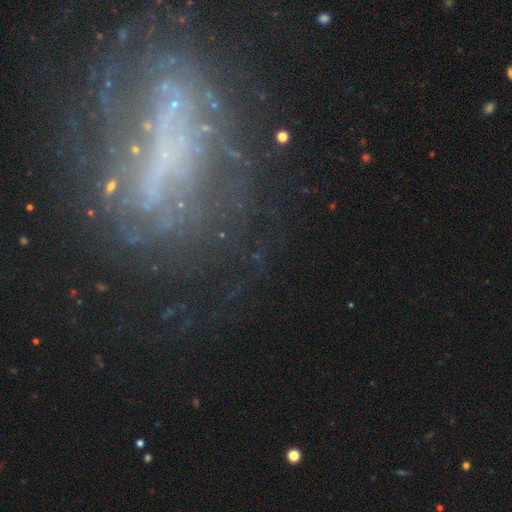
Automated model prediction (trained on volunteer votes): Smooth or featured? featured or disk (59%)
Edge-on disk? no (88%)
Bar? no (54%)
Spiral arms? no (59%)
Bulge size? none (70%)
Merging? none (52%)